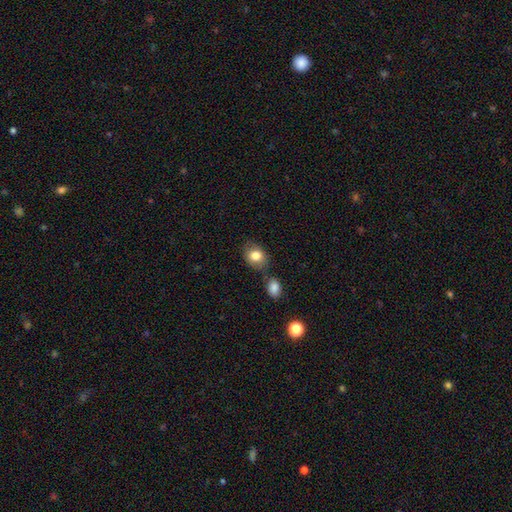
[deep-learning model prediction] smooth 82%, featured or disk 10%, star or artifact 8%. Down the decision tree: how rounded — in between (64%); merging — none (67%).